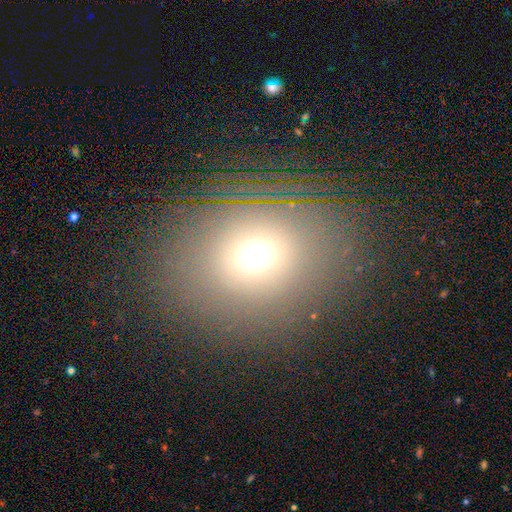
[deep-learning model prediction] smooth-or-featured: smooth: 65% | star or artifact: 24% | featured or disk: 11%
  how-rounded: round: 67% | in between: 31% | cigar-shaped: 2%
  merging: none: 80% | minor disturbance: 10% | major disturbance: 7% | merger: 3%